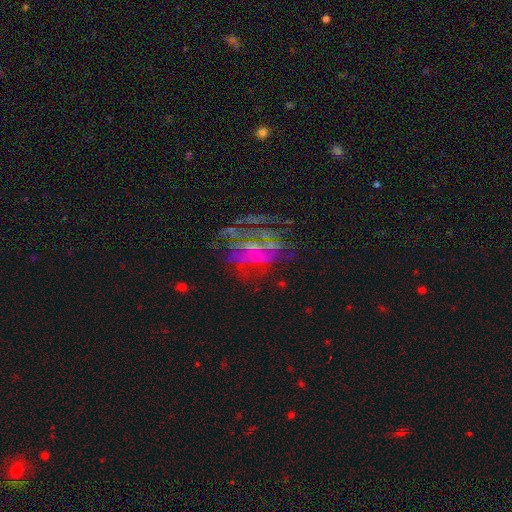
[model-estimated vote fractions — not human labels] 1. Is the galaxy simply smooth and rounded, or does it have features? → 62% featured or disk, 26% star or artifact, 13% smooth.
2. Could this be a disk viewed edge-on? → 96% no, 4% yes.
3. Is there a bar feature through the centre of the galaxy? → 63% no, 27% weak, 10% strong.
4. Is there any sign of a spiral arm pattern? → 55% yes, 45% no.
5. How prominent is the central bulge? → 58% small, 22% none, 17% moderate, 2% large, 1% dominant.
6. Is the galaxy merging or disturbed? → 51% none, 27% major disturbance, 16% minor disturbance, 6% merger.